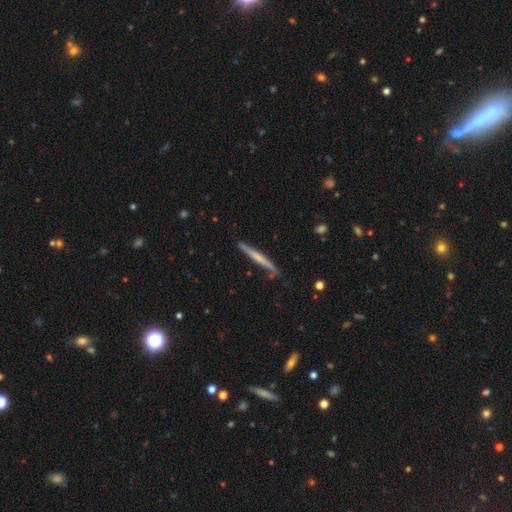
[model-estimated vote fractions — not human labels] Smooth or featured? featured or disk (53%)
Edge-on disk? yes (95%)
Merging? none (77%)